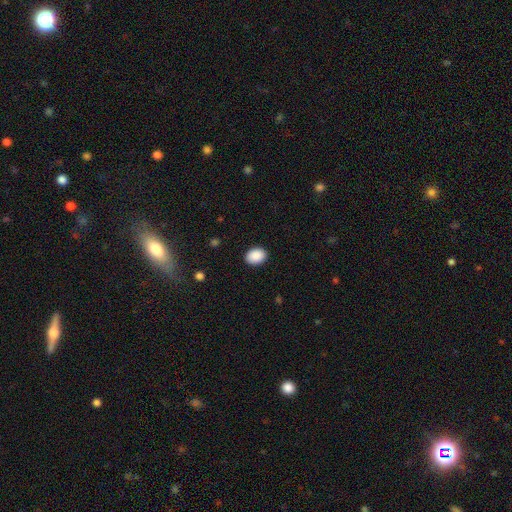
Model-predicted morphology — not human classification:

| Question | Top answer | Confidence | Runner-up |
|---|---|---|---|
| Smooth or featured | smooth | 90% | star or artifact (7%) |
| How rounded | in between | 66% | round (33%) |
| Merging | none | 90% | minor disturbance (7%) |